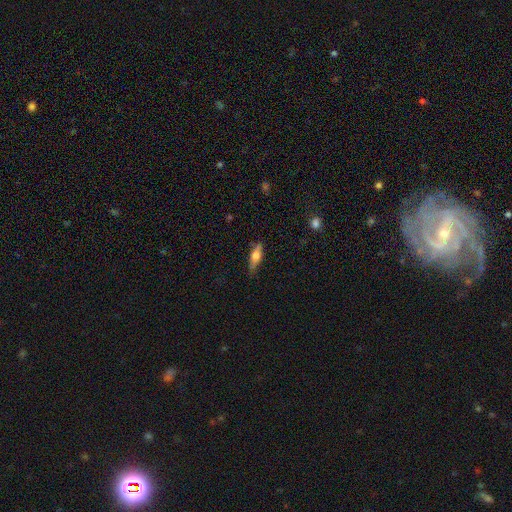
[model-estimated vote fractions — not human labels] This appears to be a smooth galaxy with no disk features (48%). Merging: none (76%).